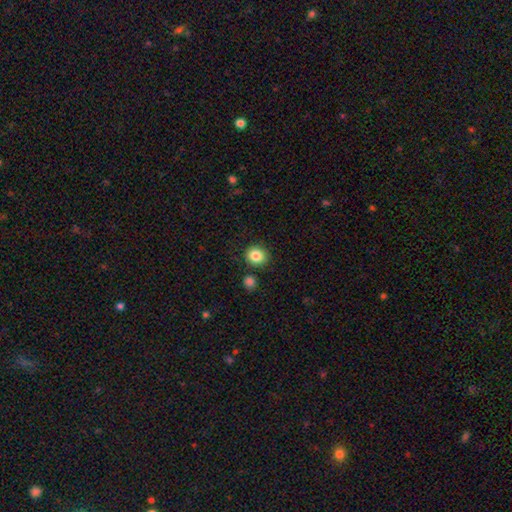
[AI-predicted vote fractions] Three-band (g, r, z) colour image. It shows a smooth galaxy with no disk features (85%) that is round (78%). Merging: none (84%).